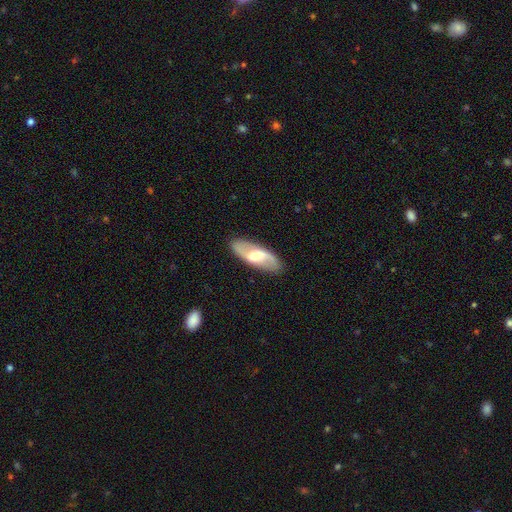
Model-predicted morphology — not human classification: A featured or disk galaxy (68%) with a weak bar (48%), 2 (90%) loose (53%) spiral arms (85%) and a moderate central bulge (47%).

Vote fractions:
- Smooth or featured? featured or disk: 68% / smooth: 27% / star or artifact: 5%
- Edge-on disk? no: 87% / yes: 13%
- Bar? weak: 48% / strong: 27% / no: 25%
- Spiral arms? yes: 85% / no: 15%
- Spiral winding? loose: 53% / medium: 35% / tight: 12%
- Spiral arm count? 2: 90% / can't tell: 5% / 1: 2% / 3: 1% / 4: 1% / more than 4: 1%
- Bulge size? moderate: 47% / large: 25% / small: 18% / none: 7% / dominant: 2%
- Merging? none: 86% / minor disturbance: 10% / major disturbance: 3% / merger: 1%